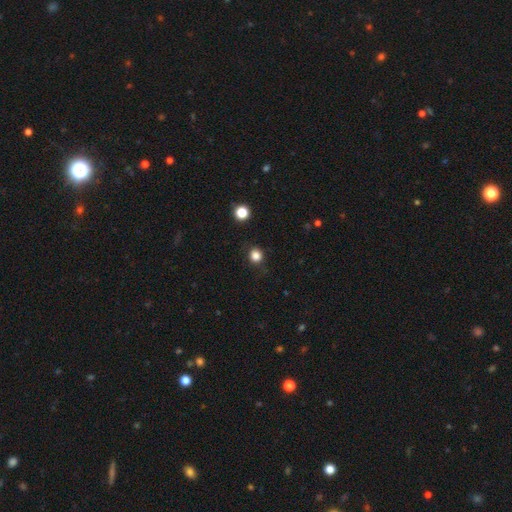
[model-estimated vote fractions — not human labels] Morphology: type=smooth (84%); roundness=round (86%); merging=none (86%).